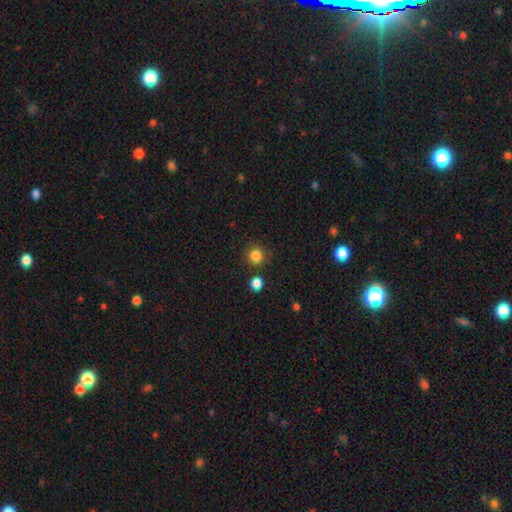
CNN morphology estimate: This is clearly a smooth galaxy (84%). How rounded: clearly round (93%). Merging: clearly none (85%).